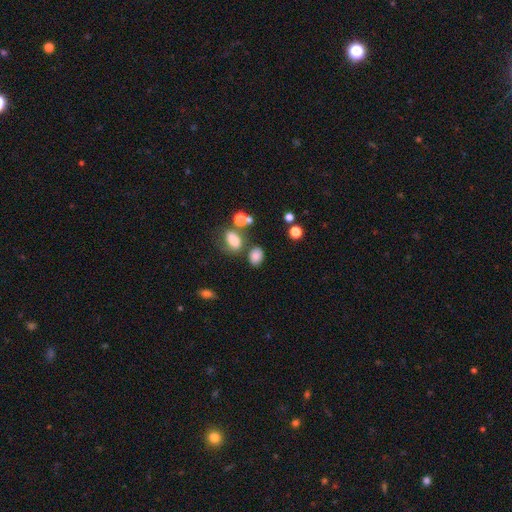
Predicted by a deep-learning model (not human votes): This is clearly a smooth galaxy (80%). How rounded: likely in between (66%). Merging: likely none (68%).